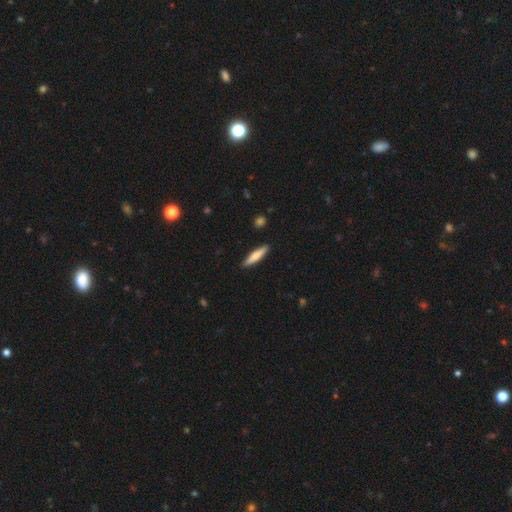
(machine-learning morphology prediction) Smooth or featured: smooth — 66% (featured or disk — 28%)
How rounded: cigar-shaped — 85% (in between — 13%)
Merging: none — 90% (minor disturbance — 7%)